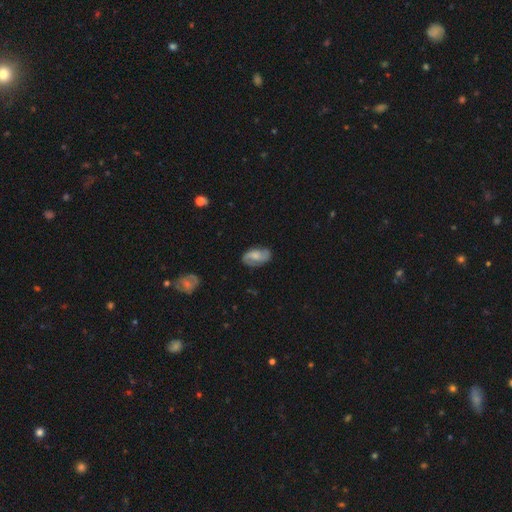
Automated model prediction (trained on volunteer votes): A featured or disk galaxy (53%) with no bar (56%), spiral arms (86%) and a moderate central bulge (36%). Merging: none (71%).